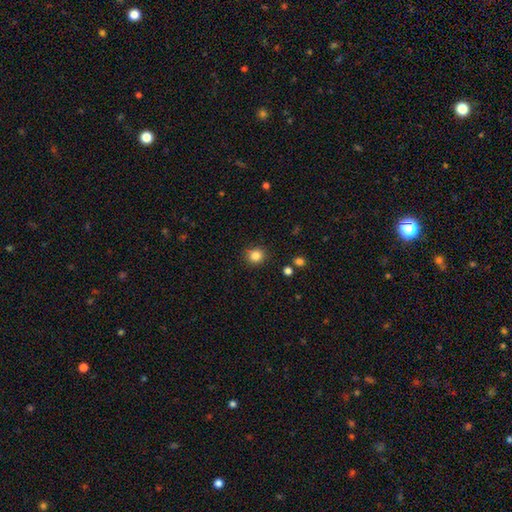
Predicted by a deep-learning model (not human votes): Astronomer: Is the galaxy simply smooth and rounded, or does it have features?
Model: smooth — 84%.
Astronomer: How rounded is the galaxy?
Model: round — 87%.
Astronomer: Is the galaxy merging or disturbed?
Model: none — 87%.